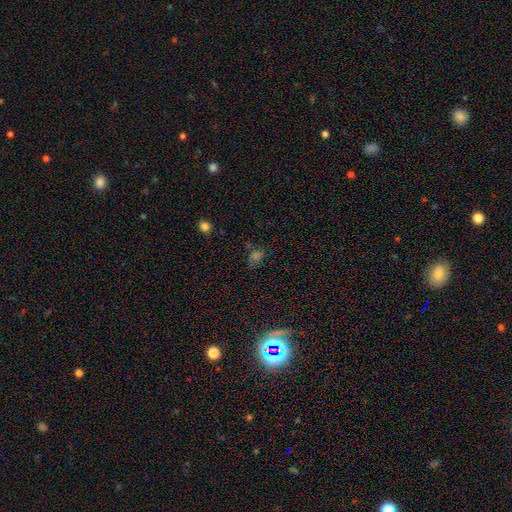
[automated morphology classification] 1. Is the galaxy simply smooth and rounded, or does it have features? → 45% star or artifact, 43% smooth, 12% featured or disk.